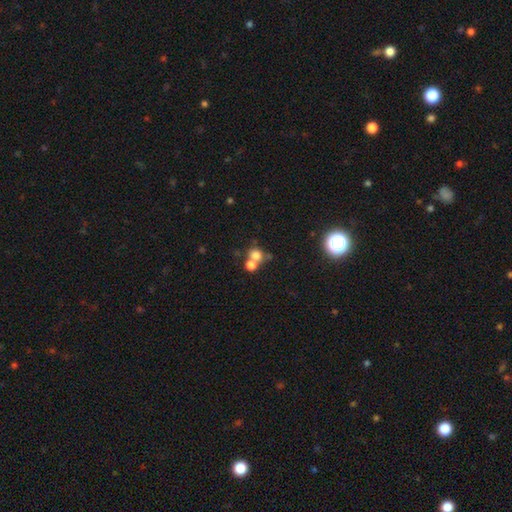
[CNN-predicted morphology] smooth 72%, star or artifact 15%, featured or disk 13%. Down the decision tree: how rounded — round (78%); merging — merger (49%).